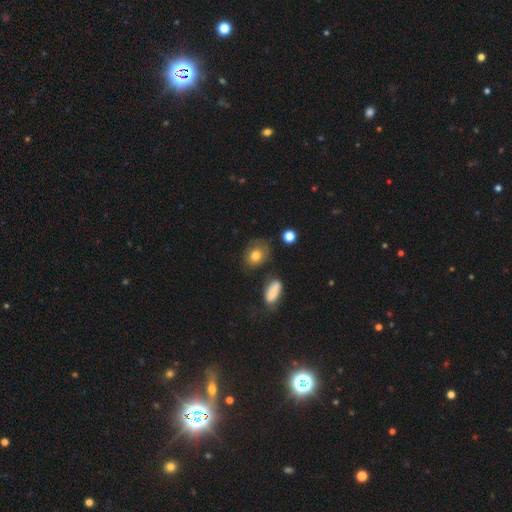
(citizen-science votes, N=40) This is likely a smooth galaxy (72%). How rounded: possibly in between (59%). Merging: likely none (70%).